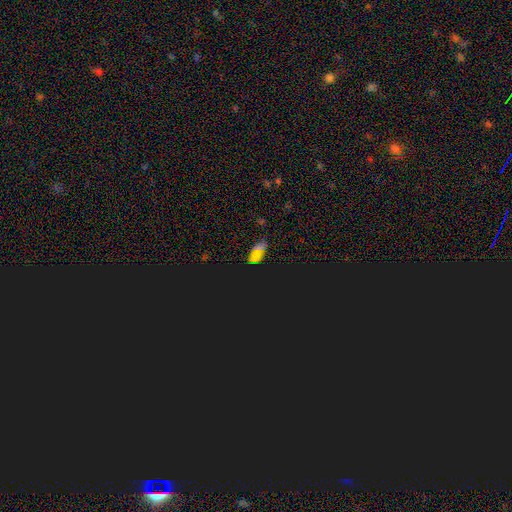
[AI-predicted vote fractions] The model was most divided on "smooth or featured": star or artifact: 51%, smooth: 39%, featured or disk: 10%.